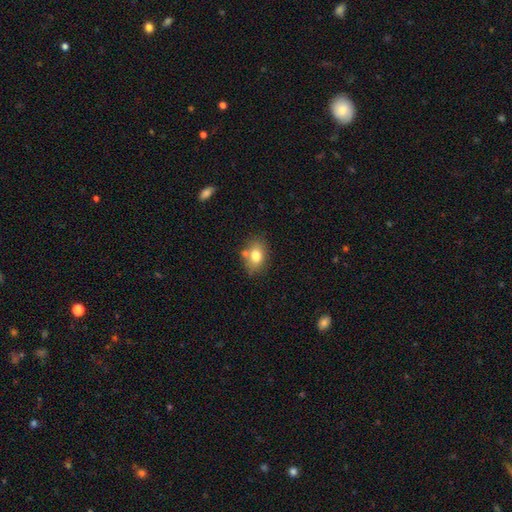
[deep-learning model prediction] Overall: smooth (76%). How rounded: in between (69%; round 29%). Merging: none (66%).